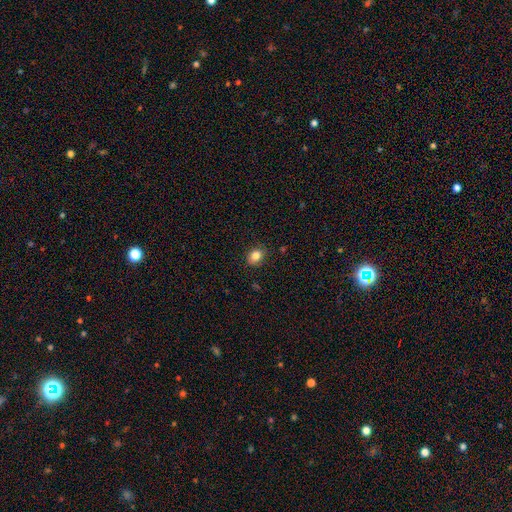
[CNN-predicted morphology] A smooth galaxy with no disk features (83%) that is in between round and cigar-shaped (53%).

Vote fractions:
- Smooth or featured? smooth: 83% / star or artifact: 10% / featured or disk: 7%
- How rounded? in between: 53% / round: 46% / cigar-shaped: 1%
- Merging? none: 85% / minor disturbance: 12% / major disturbance: 2% / merger: 1%